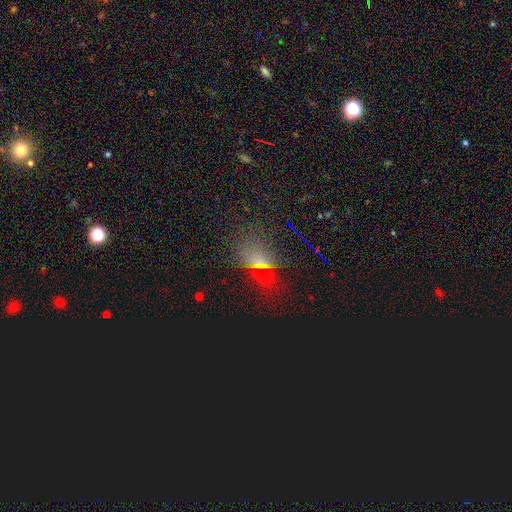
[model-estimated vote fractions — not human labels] This is marginally a star or artifact rather than a galaxy (44%).